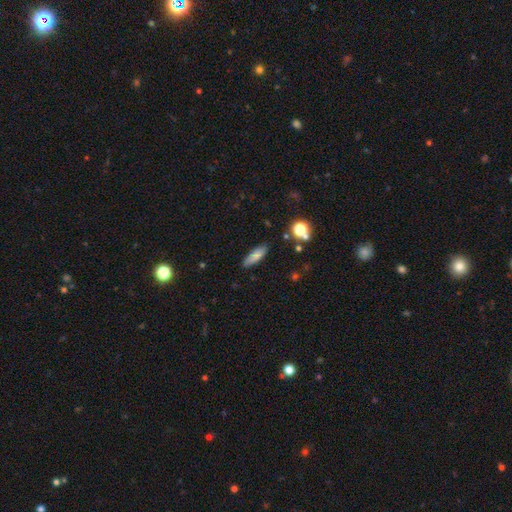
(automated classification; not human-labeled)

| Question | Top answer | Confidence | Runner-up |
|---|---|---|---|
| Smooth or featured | smooth | 78% | featured or disk (13%) |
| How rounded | in between | 52% | cigar-shaped (45%) |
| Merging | none | 84% | minor disturbance (12%) |